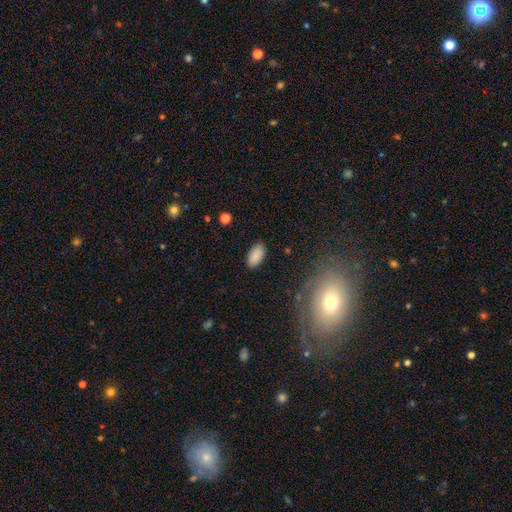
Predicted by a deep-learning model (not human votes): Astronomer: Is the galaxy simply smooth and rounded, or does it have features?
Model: smooth — 88%.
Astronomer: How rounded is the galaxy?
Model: in between — 95%.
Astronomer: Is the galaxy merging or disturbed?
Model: none — 85%.